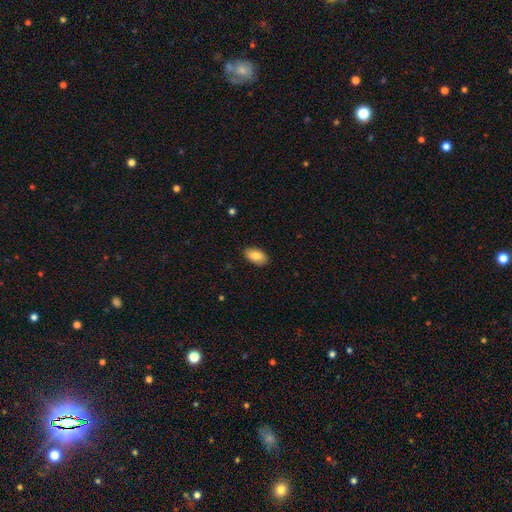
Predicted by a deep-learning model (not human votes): Smooth or featured? smooth (84%)
How rounded? in between (94%)
Merging? none (88%)